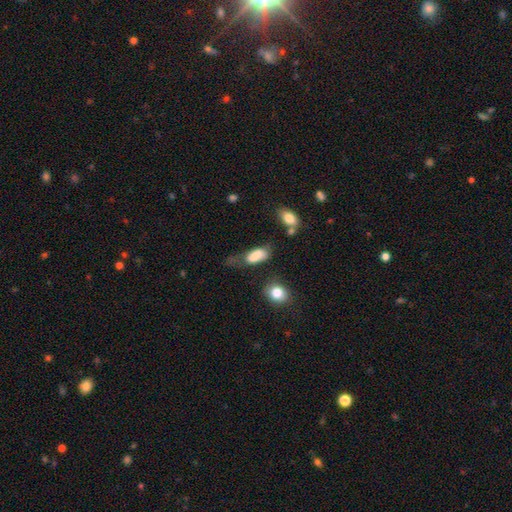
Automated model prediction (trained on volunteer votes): smooth-or-featured: smooth: 78% | featured or disk: 13% | star or artifact: 9%
  how-rounded: in between: 83% | cigar-shaped: 13% | round: 4%
  merging: none: 35% | minor disturbance: 30% | major disturbance: 27% | merger: 8%